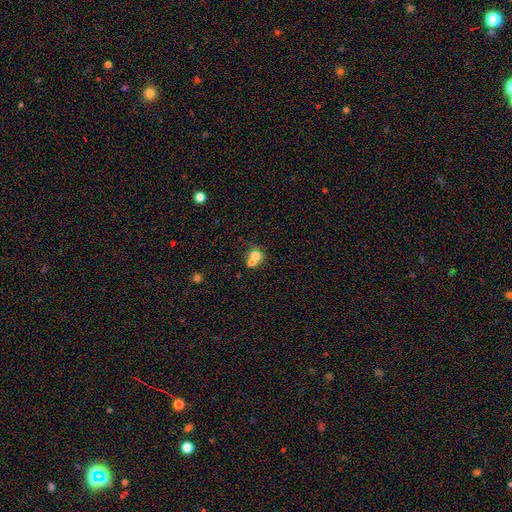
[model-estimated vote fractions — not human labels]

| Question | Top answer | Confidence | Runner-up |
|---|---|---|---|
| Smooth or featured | smooth | 69% | featured or disk (16%) |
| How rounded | round | 76% | in between (23%) |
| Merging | merger | 55% | none (35%) |